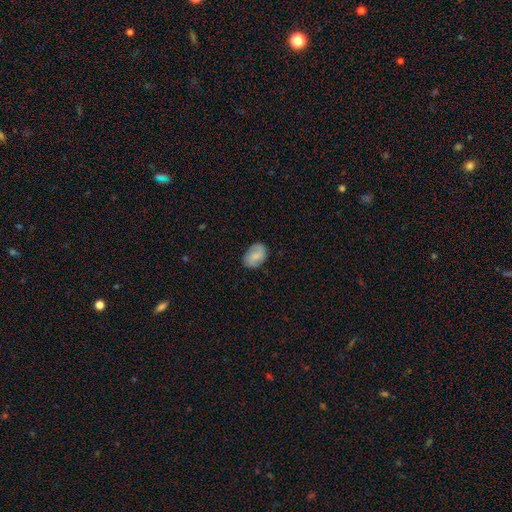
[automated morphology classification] smooth 69%, featured or disk 24%, star or artifact 8%. Down the decision tree: how rounded — in between (81%); merging — none (79%).